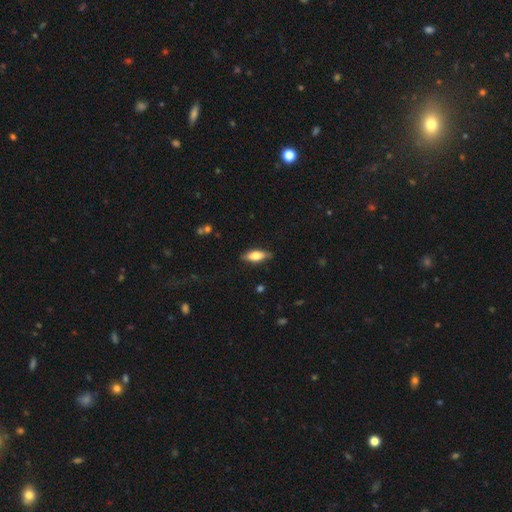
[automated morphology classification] Smooth or featured?
  - smooth: 63% *
  - featured or disk: 31%
  - star or artifact: 6%
How rounded?
  - in between: 70% *
  - cigar-shaped: 27%
  - round: 3%
Merging?
  - none: 84% *
  - minor disturbance: 13%
  - major disturbance: 3%
  - merger: 1%